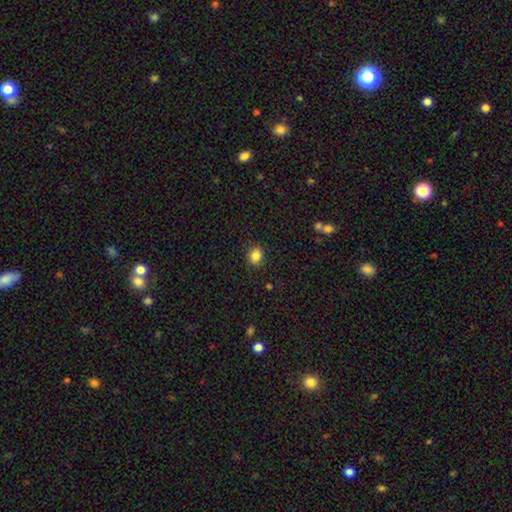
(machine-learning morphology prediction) Overall: smooth (85%). How rounded: round (55%; in between 45%). Merging: none (88%).